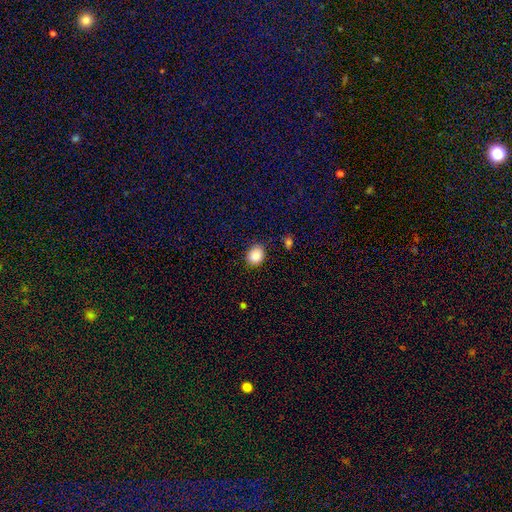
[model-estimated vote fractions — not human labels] This is clearly a smooth galaxy (87%). How rounded: possibly round (51%). Merging: clearly none (83%).